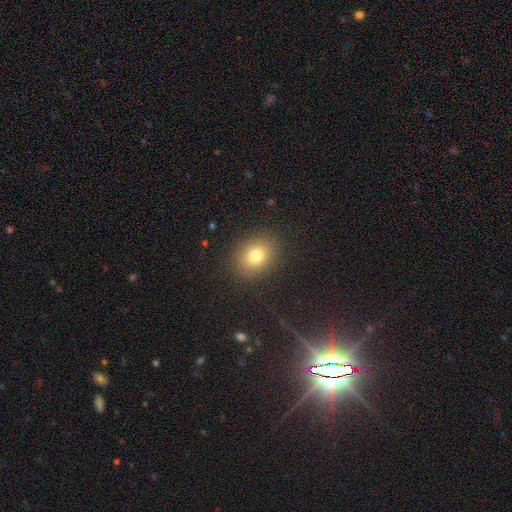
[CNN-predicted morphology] This appears to be a smooth galaxy with no disk features (77%) that is in between round and cigar-shaped (50%). Merging: none (87%).